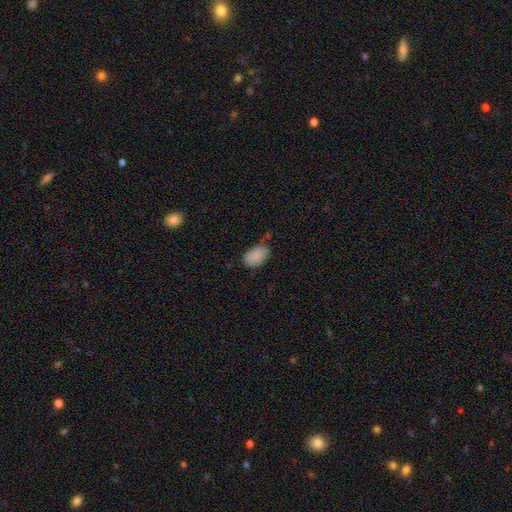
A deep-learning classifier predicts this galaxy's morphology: Smooth or featured? smooth (88%)
How rounded? in between (91%)
Merging? none (68%)